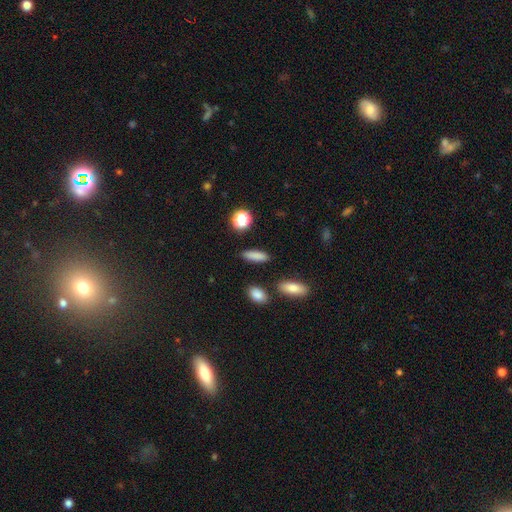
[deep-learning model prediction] Smooth or featured: smooth — 84% (star or artifact — 9%)
How rounded: in between — 49% (cigar-shaped — 46%)
Merging: none — 87% (minor disturbance — 8%)